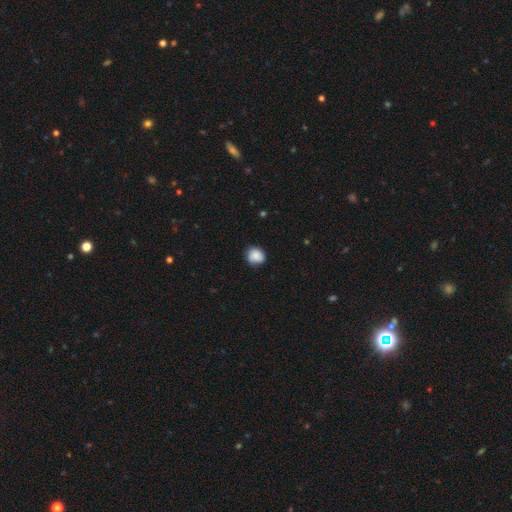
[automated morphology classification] The model was most divided on "merging": none: 77%, minor disturbance: 19%, major disturbance: 3%, merger: 1%. More confident: smooth or featured — smooth (85%); how rounded — round (82%).